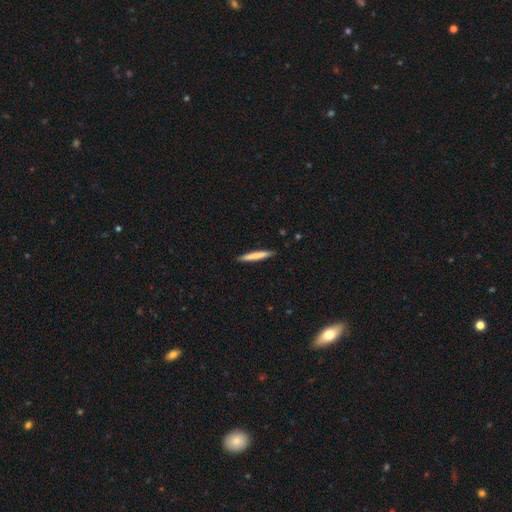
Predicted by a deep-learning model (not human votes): The model was most divided on "smooth or featured": smooth: 75%, featured or disk: 20%, star or artifact: 5%. More confident: how rounded — cigar-shaped (95%); merging — none (91%).